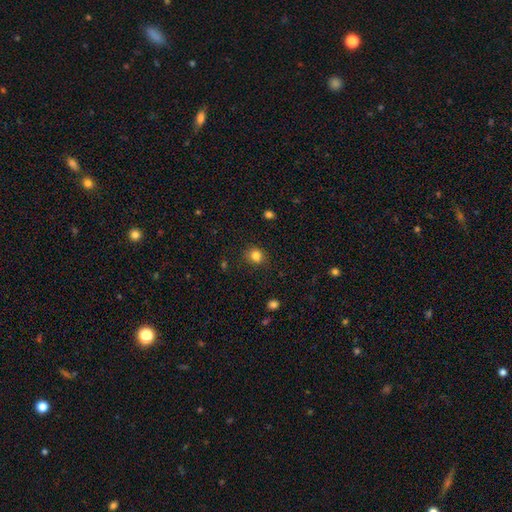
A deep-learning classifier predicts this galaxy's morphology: This appears to be a smooth galaxy with no disk features (83%) that is round (77%). Merging: none (82%).